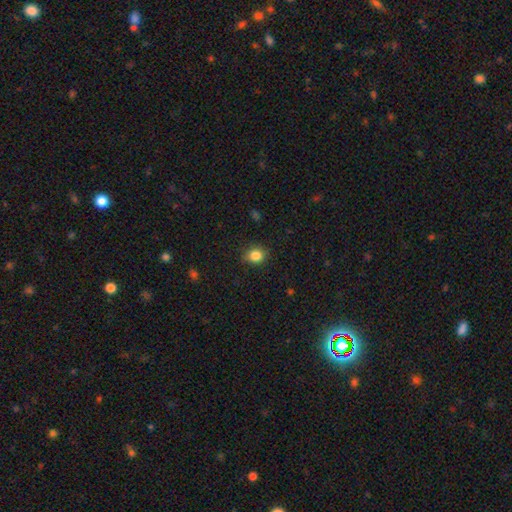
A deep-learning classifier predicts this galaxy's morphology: Smooth or featured?
  - smooth: 85% *
  - star or artifact: 11%
  - featured or disk: 5%
How rounded?
  - round: 71% *
  - in between: 28%
  - cigar-shaped: 1%
Merging?
  - none: 84% *
  - minor disturbance: 12%
  - major disturbance: 3%
  - merger: 1%